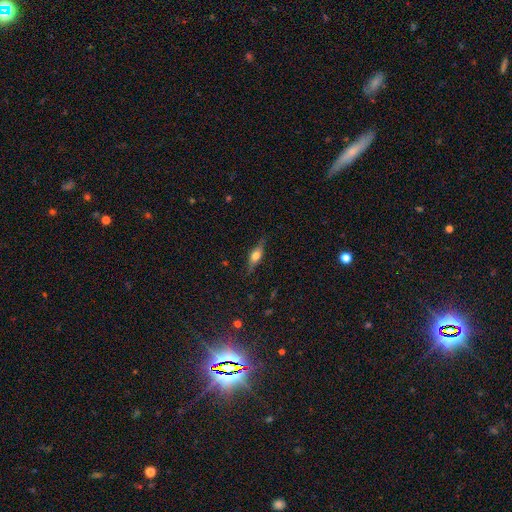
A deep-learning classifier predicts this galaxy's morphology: Smooth or featured? Predicted: smooth (p=0.47). Merging? Predicted: none (p=0.82).